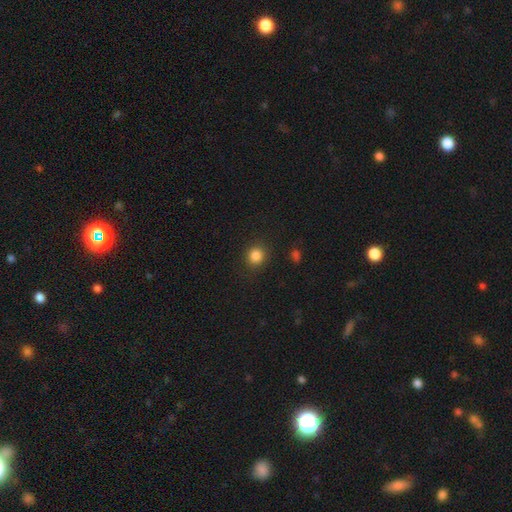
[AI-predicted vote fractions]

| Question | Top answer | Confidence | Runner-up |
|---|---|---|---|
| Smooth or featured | smooth | 85% | star or artifact (11%) |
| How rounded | round | 88% | in between (12%) |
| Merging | none | 88% | minor disturbance (8%) |